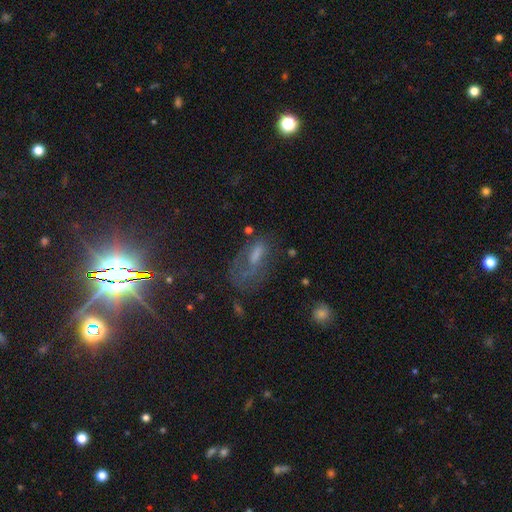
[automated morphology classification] smooth_or_featured: featured or disk (p=0.39) [alt: smooth p=0.38]
merging: none (p=0.39) [alt: major disturbance p=0.35]